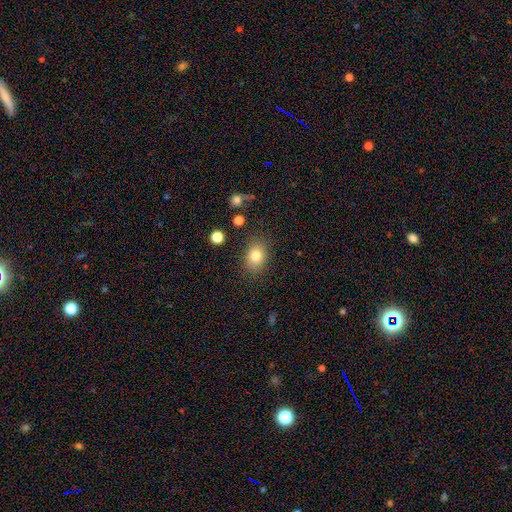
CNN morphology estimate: Overall: smooth (80%). How rounded: in between (62%; round 37%). Merging: none (83%).